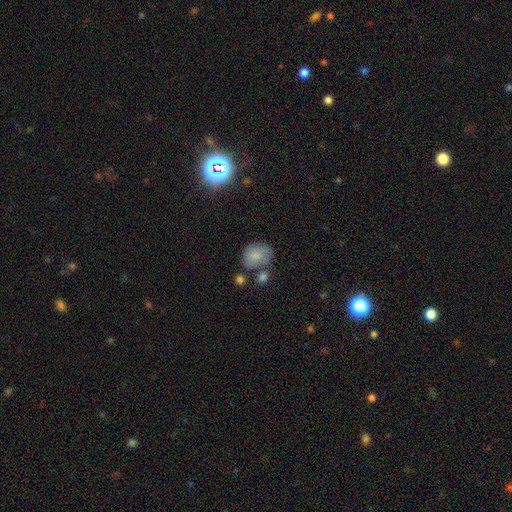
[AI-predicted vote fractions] smooth-or-featured: smooth: 78% | featured or disk: 14% | star or artifact: 9%
  how-rounded: in between: 57% | round: 42% | cigar-shaped: 1%
  merging: none: 53% | minor disturbance: 24% | merger: 14% | major disturbance: 9%